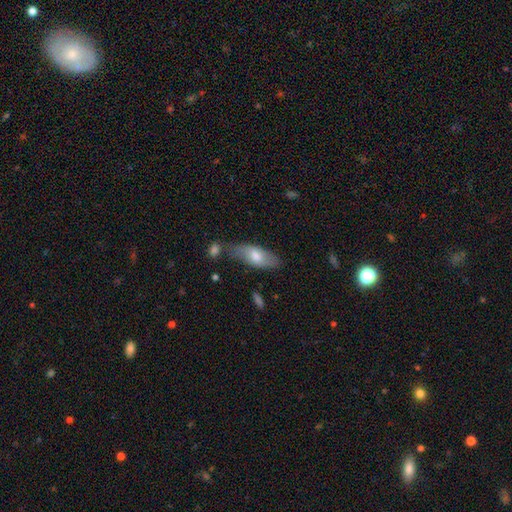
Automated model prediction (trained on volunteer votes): A smooth galaxy with no disk features (67%) that is in between round and cigar-shaped (76%). Merging: none (66%).